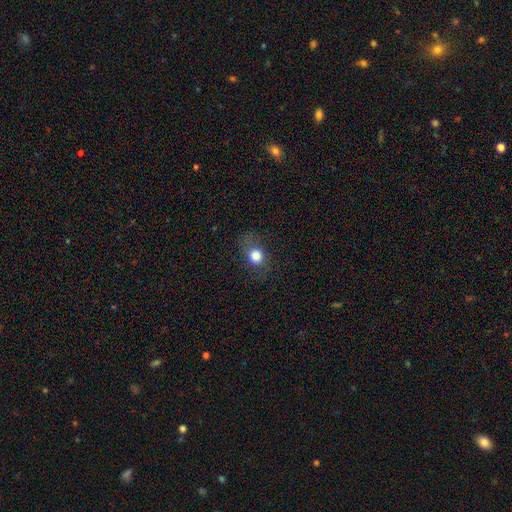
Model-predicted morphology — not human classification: Q: Smooth or featured?
A: smooth (77%); runner-up: star or artifact (12%)
Q: How rounded?
A: round (68%); runner-up: in between (30%)
Q: Merging?
A: none (69%); runner-up: minor disturbance (18%)